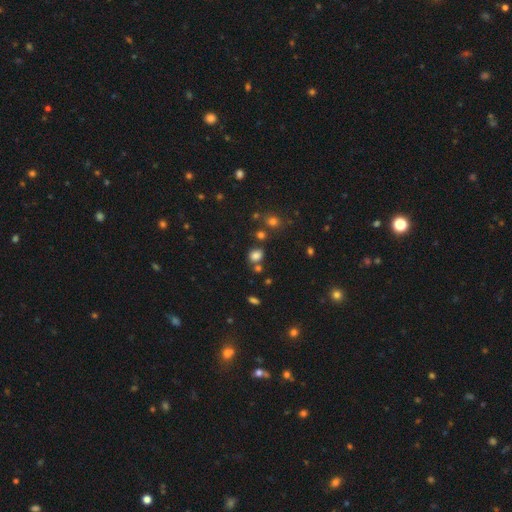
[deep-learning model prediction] The model was most divided on "how rounded": round: 54%, in between: 45%, cigar-shaped: 1%. More confident: smooth or featured — smooth (77%); merging — none (68%).